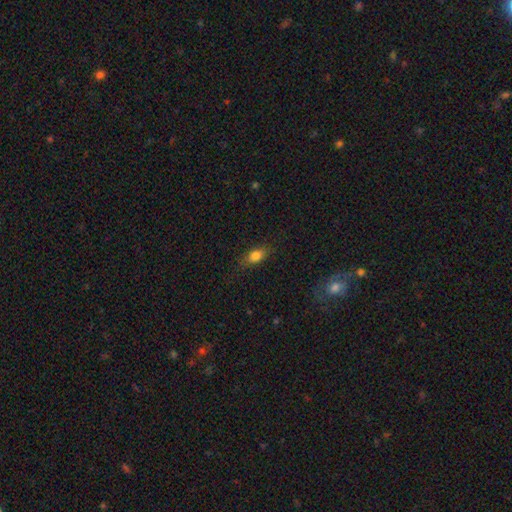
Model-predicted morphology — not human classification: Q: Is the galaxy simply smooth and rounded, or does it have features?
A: smooth — 79%.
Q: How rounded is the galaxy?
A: in between — 76%.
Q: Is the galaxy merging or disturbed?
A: none — 79%.